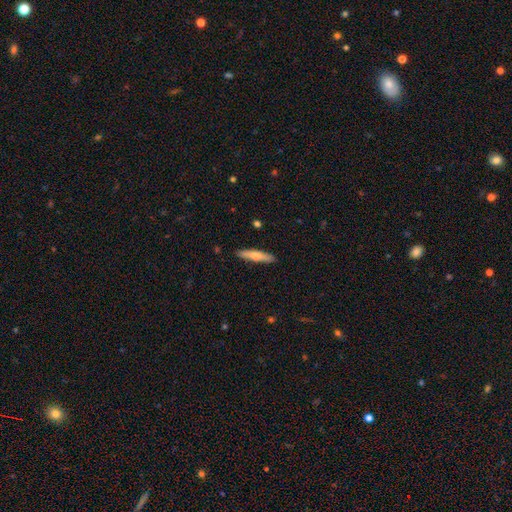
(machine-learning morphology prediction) The model was most divided on "smooth or featured": smooth: 61%, featured or disk: 34%, star or artifact: 5%. More confident: merging — none (89%); how rounded — cigar-shaped (87%).